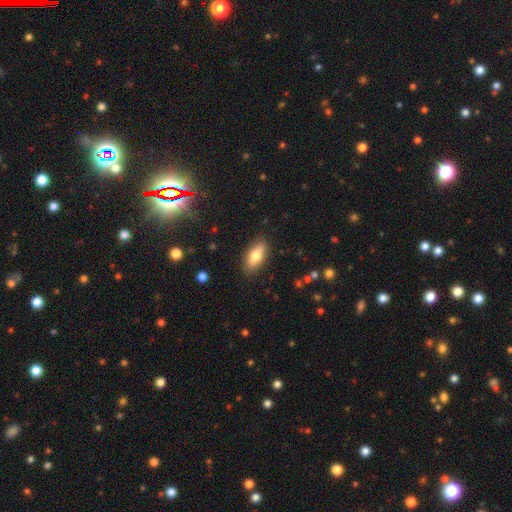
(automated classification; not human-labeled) Q: Smooth or featured?
A: smooth (79%); runner-up: featured or disk (14%)
Q: How rounded?
A: in between (83%); runner-up: cigar-shaped (14%)
Q: Merging?
A: none (86%); runner-up: minor disturbance (10%)